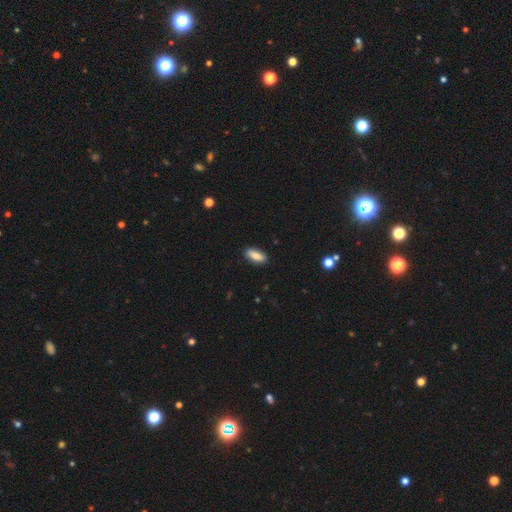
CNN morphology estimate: smooth-or-featured: smooth: 83% | featured or disk: 11% | star or artifact: 7%
  how-rounded: in between: 74% | cigar-shaped: 24% | round: 2%
  merging: none: 87% | minor disturbance: 10% | major disturbance: 2% | merger: 1%